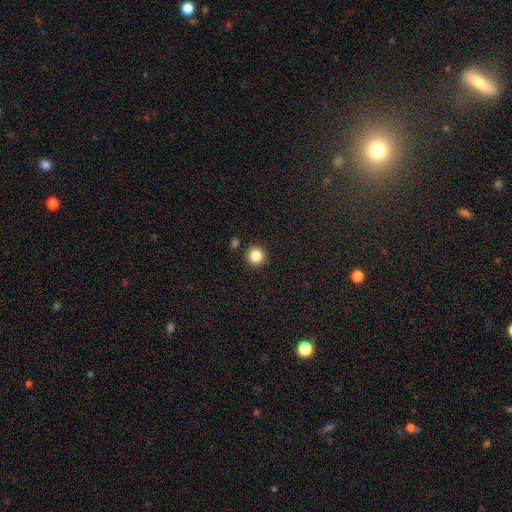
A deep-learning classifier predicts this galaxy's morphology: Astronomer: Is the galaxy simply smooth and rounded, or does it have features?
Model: smooth — 86%.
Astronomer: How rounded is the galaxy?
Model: round — 94%.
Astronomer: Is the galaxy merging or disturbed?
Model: none — 90%.